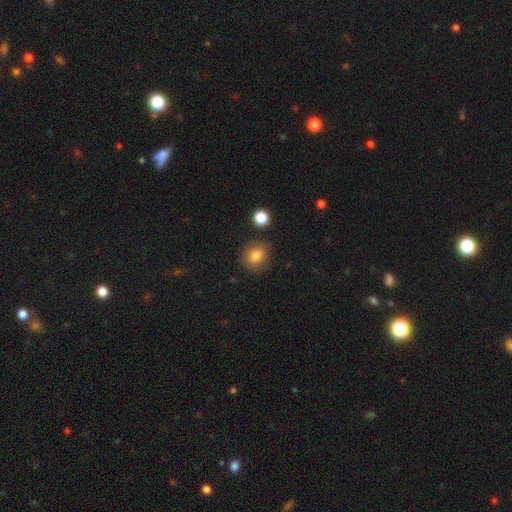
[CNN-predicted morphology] A smooth galaxy with no disk features (81%) that is round (81%). Merging: none (80%).